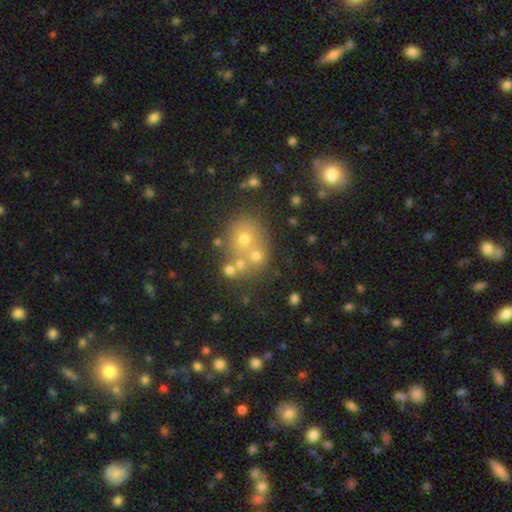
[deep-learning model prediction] Smooth or featured? Predicted: smooth (p=0.55). How rounded? Predicted: round (p=0.73). Merging? Predicted: none (p=0.43).